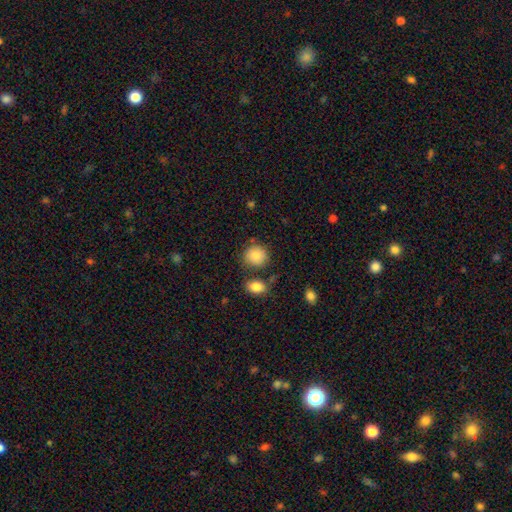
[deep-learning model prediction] A smooth galaxy with no disk features (86%) that is round (85%). Merging: none (76%).